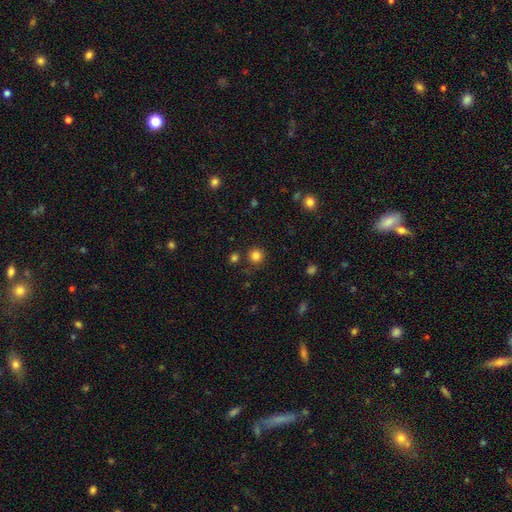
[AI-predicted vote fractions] A smooth galaxy with no disk features (83%) that is round (94%). Merging: none (84%).